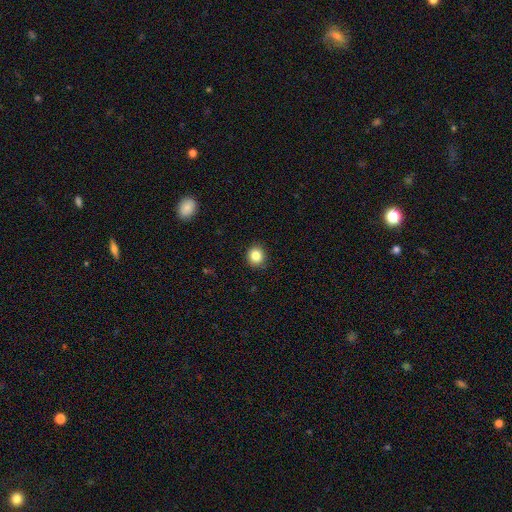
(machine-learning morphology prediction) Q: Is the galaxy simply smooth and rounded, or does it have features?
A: smooth — 84%.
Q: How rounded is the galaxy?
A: round — 86%.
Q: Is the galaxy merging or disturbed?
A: none — 90%.